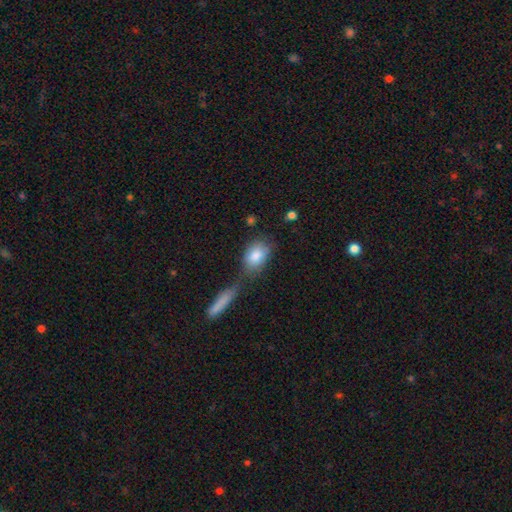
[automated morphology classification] This appears to be a smooth galaxy with no disk features (83%) that is in between round and cigar-shaped (78%). Merging: none (50%).